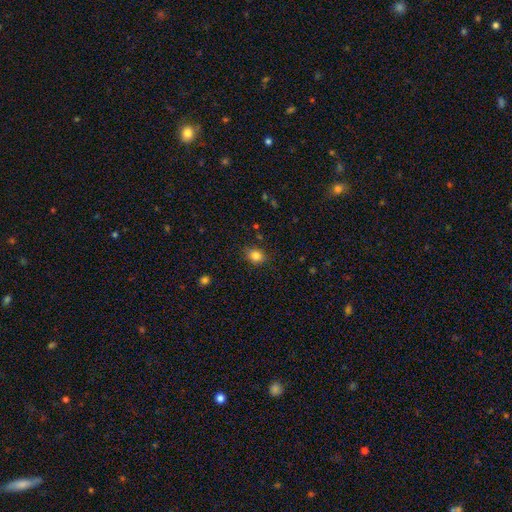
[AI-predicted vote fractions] Smooth or featured? Predicted: smooth (p=0.84). How rounded? Predicted: in between (p=0.52). Merging? Predicted: none (p=0.83).